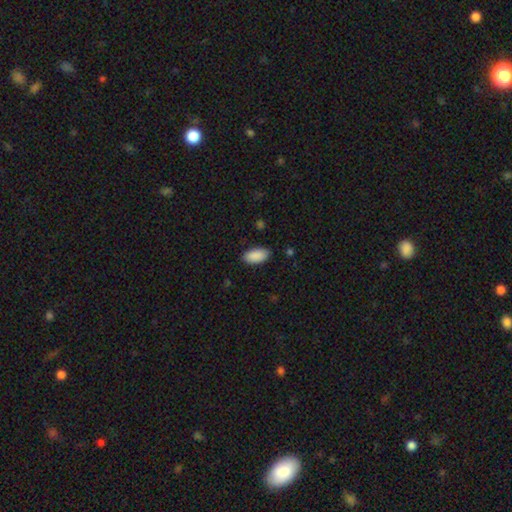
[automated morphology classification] type=smooth (90%); roundness=in between (95%); merging=none (86%).